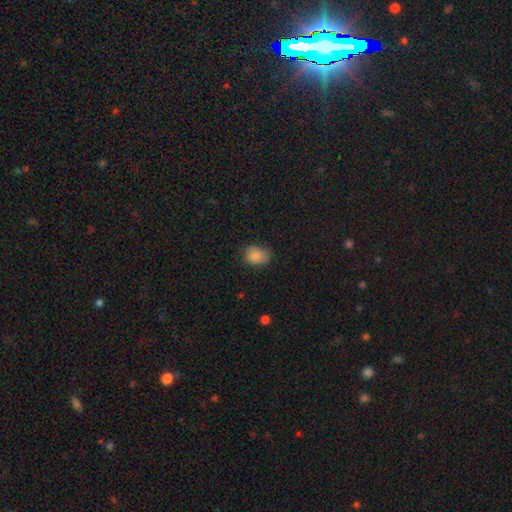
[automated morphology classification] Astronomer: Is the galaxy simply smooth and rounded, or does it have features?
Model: smooth — 85%.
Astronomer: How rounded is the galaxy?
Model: in between — 55% (runner-up: round, 44%).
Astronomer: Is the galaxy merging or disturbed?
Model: none — 60%.